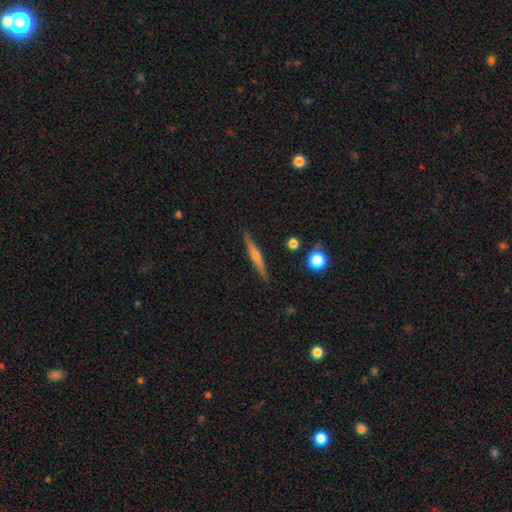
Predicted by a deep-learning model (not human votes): Smooth or featured: featured or disk — 71% (smooth — 22%)
Edge-on disk: yes — 98% (no — 2%)
Edge-on bulge: rounded — 78% (none — 15%)
Merging: none — 91% (minor disturbance — 6%)